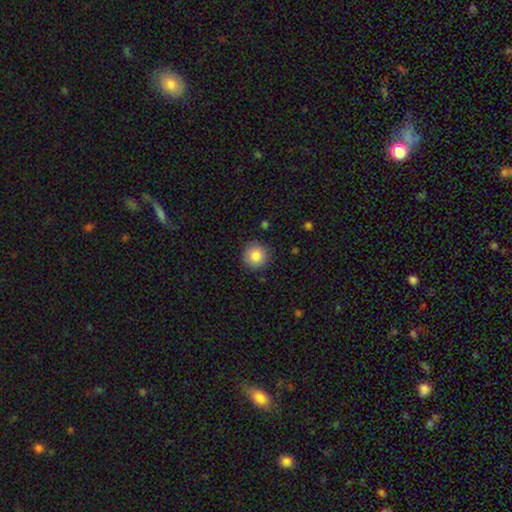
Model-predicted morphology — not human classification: Smooth or featured: smooth — 85% (star or artifact — 9%)
How rounded: round — 95% (in between — 4%)
Merging: none — 89% (minor disturbance — 7%)